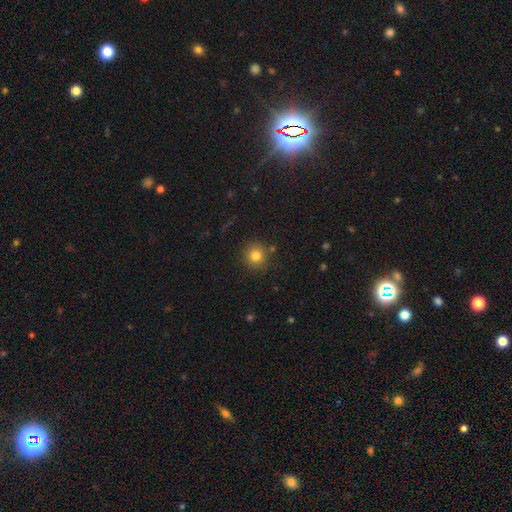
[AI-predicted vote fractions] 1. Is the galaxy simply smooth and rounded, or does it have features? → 81% smooth, 13% star or artifact, 7% featured or disk.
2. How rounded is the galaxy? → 92% round, 7% in between, 1% cigar-shaped.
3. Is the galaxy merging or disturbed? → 87% none, 8% minor disturbance, 3% merger, 2% major disturbance.